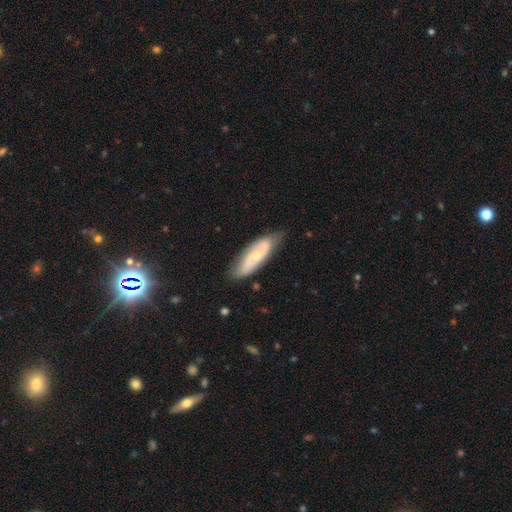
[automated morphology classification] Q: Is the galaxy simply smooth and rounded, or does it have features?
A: featured or disk — 63%.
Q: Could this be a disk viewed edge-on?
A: no — 82%.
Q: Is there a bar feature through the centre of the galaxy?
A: no — 59%.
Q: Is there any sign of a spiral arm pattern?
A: yes — 74%.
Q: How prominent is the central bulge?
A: small — 58%.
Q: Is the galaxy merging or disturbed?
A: none — 77%.